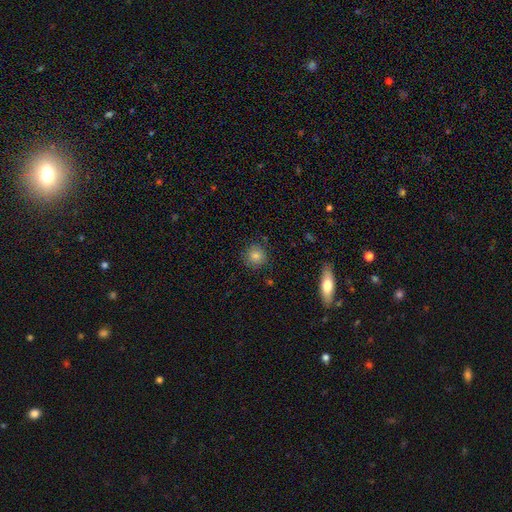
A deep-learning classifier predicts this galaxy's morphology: smooth-or-featured: smooth: 76% | star or artifact: 13% | featured or disk: 12%
  how-rounded: round: 90% | in between: 8% | cigar-shaped: 2%
  merging: none: 86% | minor disturbance: 10% | major disturbance: 3% | merger: 2%